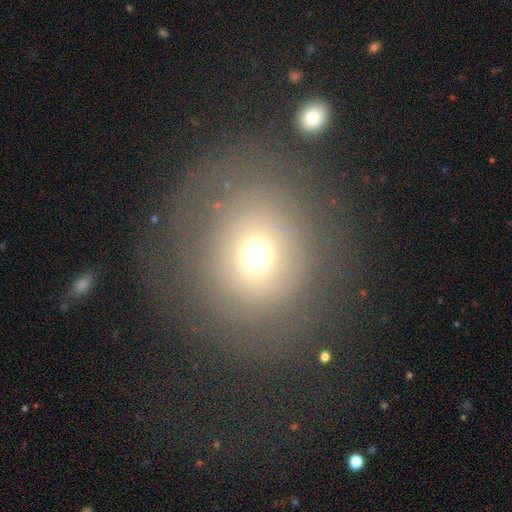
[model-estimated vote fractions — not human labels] Smooth or featured? smooth (65%)
How rounded? round (84%)
Merging? none (66%)